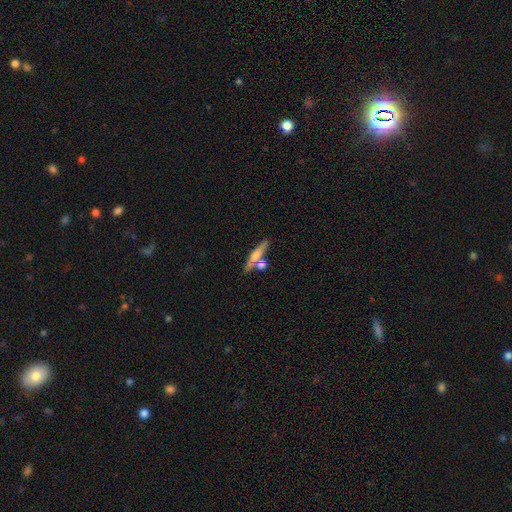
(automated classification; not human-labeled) Q: Smooth or featured?
A: smooth (52%); runner-up: featured or disk (41%)
Q: How rounded?
A: cigar-shaped (80%); runner-up: in between (15%)
Q: Merging?
A: none (60%); runner-up: merger (23%)